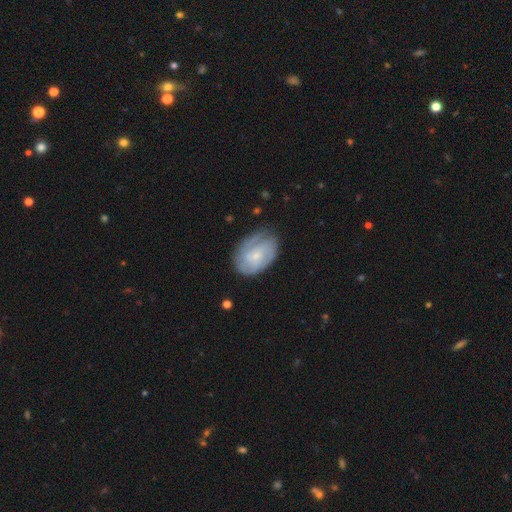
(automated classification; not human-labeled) Morphology: type=featured or disk (55%); edge-on=no (97%); bar=no (69%); spiral arms=yes (77%); bulge=small (66%); merging=none (62%).